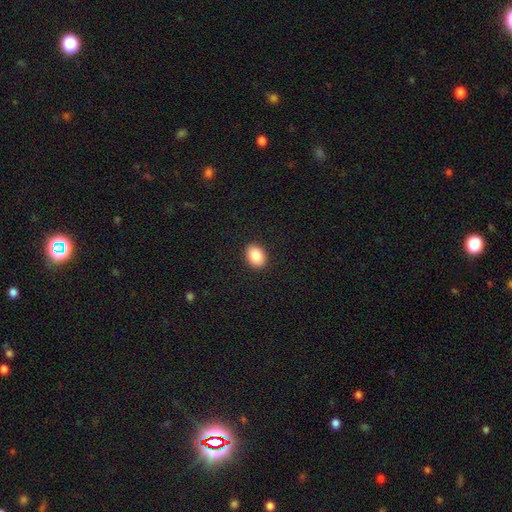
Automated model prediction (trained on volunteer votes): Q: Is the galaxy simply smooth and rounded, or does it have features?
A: smooth — 88%.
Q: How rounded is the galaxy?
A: in between — 75%.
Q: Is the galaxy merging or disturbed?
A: none — 91%.